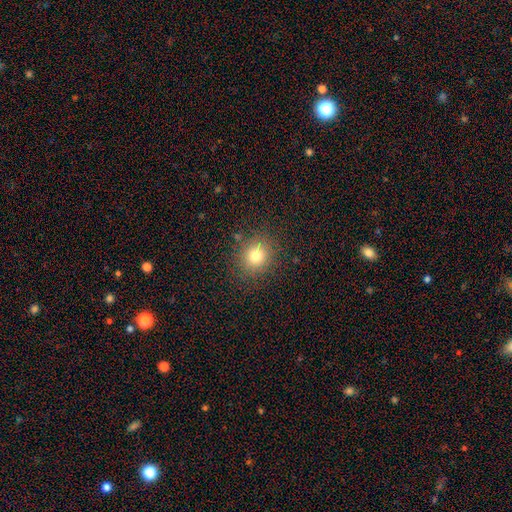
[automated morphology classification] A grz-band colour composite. It shows a smooth galaxy with no disk features (76%) that is round (78%). Merging: none (85%).